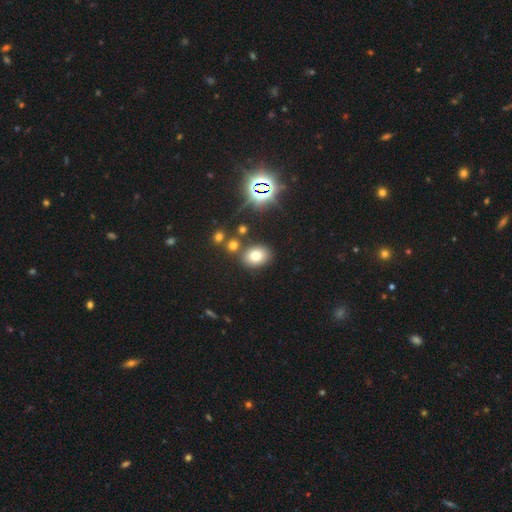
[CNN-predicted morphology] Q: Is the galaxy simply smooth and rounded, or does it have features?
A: smooth — 73%.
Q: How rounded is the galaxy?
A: in between — 70%.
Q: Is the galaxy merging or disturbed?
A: none — 80%.